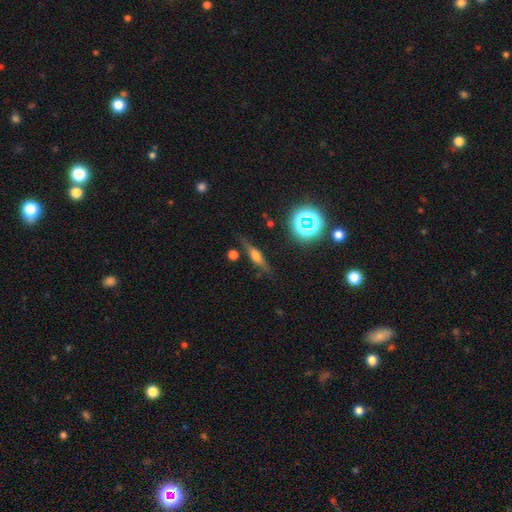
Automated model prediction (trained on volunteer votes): Smooth or featured?
  - featured or disk: 54% *
  - smooth: 33%
  - star or artifact: 13%
Edge-on disk?
  - yes: 92% *
  - no: 8%
Merging?
  - none: 79% *
  - minor disturbance: 14%
  - major disturbance: 4%
  - merger: 3%